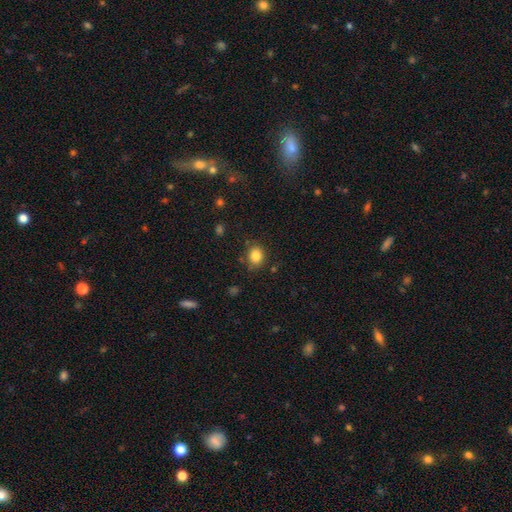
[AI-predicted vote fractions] A smooth galaxy with no disk features (84%) that is round (66%). Merging: none (80%).